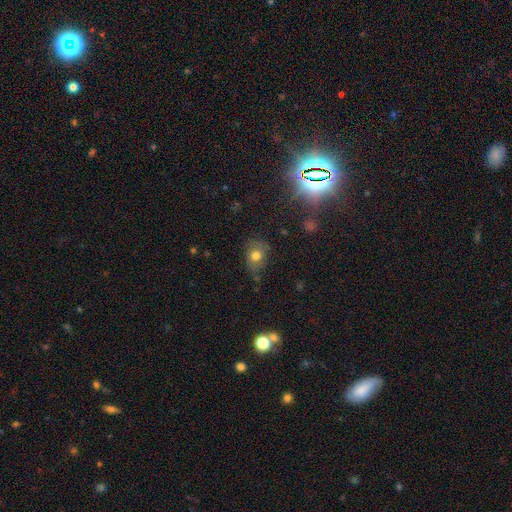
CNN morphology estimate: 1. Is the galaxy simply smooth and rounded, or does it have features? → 71% smooth, 15% featured or disk, 14% star or artifact.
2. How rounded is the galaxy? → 50% in between, 49% round, 1% cigar-shaped.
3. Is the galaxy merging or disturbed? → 62% none, 26% minor disturbance, 9% major disturbance, 3% merger.